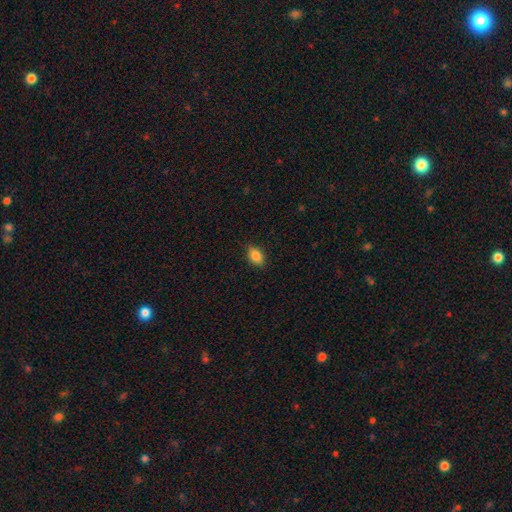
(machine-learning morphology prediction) This is clearly a smooth galaxy (84%). How rounded: likely in between (78%). Merging: clearly none (80%).